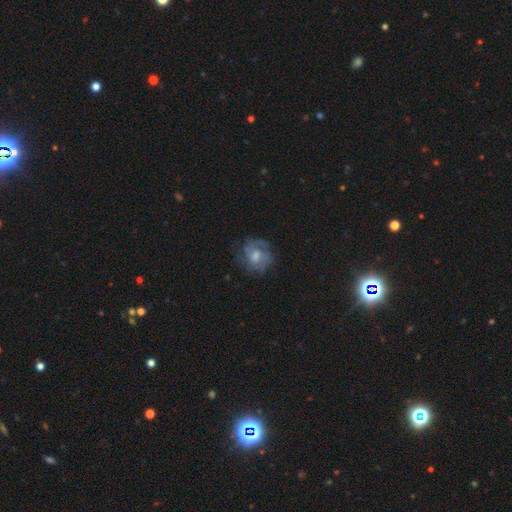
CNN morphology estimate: Q: Smooth or featured?
A: featured or disk (61%); runner-up: smooth (28%)
Q: Edge-on disk?
A: no (97%); runner-up: yes (3%)
Q: Bar?
A: no (63%); runner-up: weak (32%)
Q: Spiral arms?
A: yes (82%); runner-up: no (18%)
Q: Bulge size?
A: moderate (61%); runner-up: small (21%)
Q: Merging?
A: none (69%); runner-up: minor disturbance (19%)